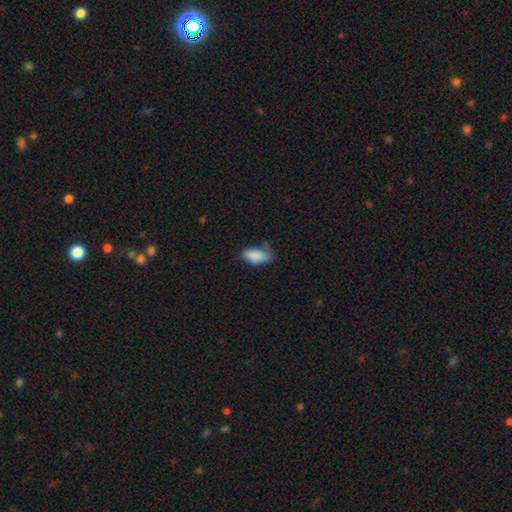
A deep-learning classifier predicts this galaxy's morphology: A smooth galaxy with no disk features (87%) that is in between round and cigar-shaped (89%). Merging: none (55%).